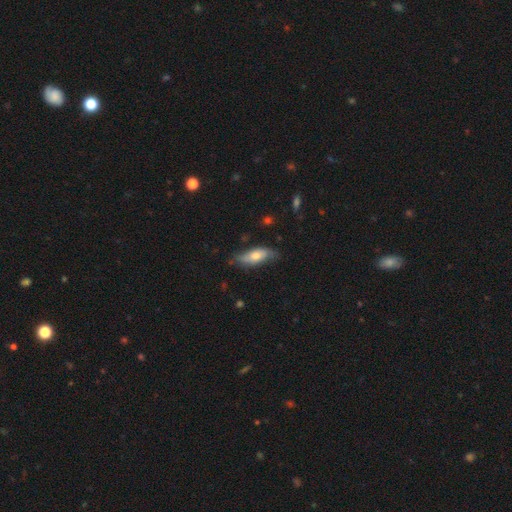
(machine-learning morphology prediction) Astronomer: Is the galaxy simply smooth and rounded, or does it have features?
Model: smooth — 58% (runner-up: featured or disk, 35%).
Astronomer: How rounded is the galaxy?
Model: in between — 68%.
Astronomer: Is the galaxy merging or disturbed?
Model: none — 67%.